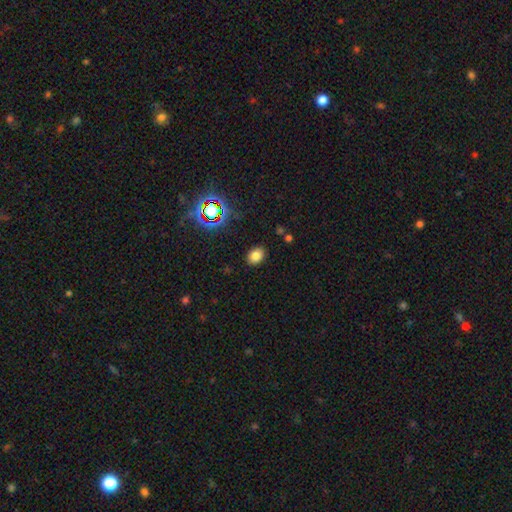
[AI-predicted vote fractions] The model was most divided on "how rounded": in between: 69%, round: 30%, cigar-shaped: 1%. More confident: merging — none (87%); smooth or featured — smooth (77%).